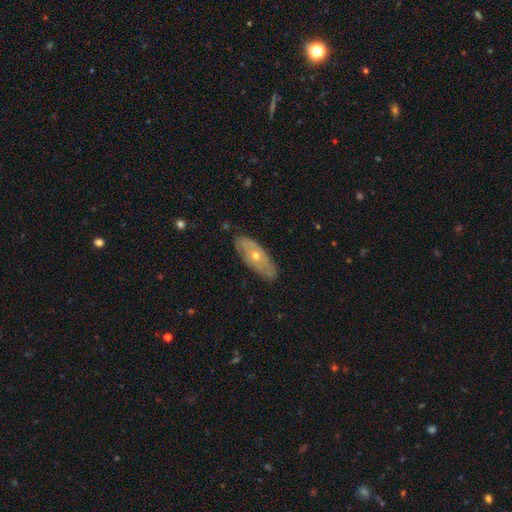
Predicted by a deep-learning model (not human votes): This is likely a featured or disk galaxy (63%). It is likely not viewed edge-on (75%). Merging: clearly none (82%).